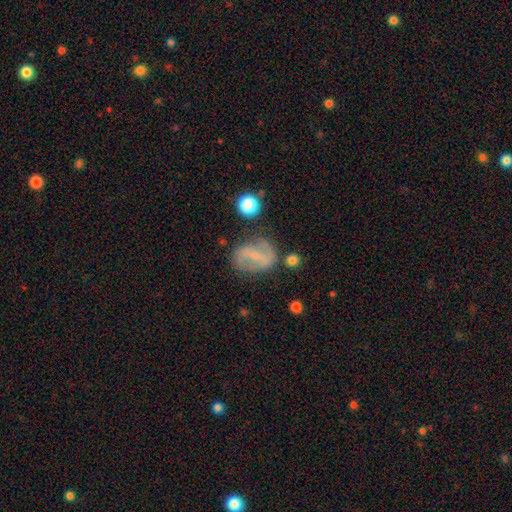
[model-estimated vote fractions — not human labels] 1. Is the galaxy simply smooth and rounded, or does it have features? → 62% featured or disk, 28% smooth, 9% star or artifact.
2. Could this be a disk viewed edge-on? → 95% no, 5% yes.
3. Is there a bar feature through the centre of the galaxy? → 51% strong, 34% weak, 15% no.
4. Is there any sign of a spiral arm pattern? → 68% yes, 32% no.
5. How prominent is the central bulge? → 58% small, 28% none, 13% moderate, 1% large, 1% dominant.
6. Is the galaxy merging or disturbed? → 64% none, 21% minor disturbance, 10% major disturbance, 5% merger.